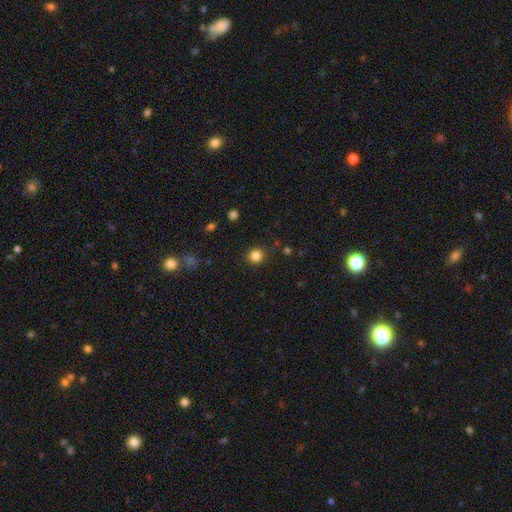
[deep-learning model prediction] Smooth or featured?
  - smooth: 84% *
  - star or artifact: 12%
  - featured or disk: 4%
How rounded?
  - round: 90% *
  - in between: 9%
  - cigar-shaped: 1%
Merging?
  - none: 88% *
  - minor disturbance: 8%
  - major disturbance: 3%
  - merger: 2%